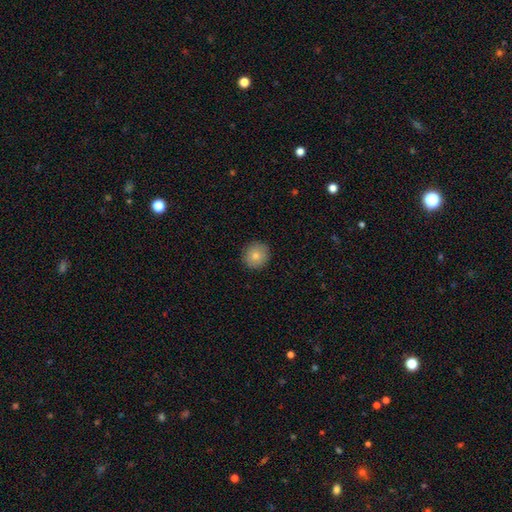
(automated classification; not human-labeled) A smooth galaxy with no disk features (81%) that is round (91%). Merging: none (91%).